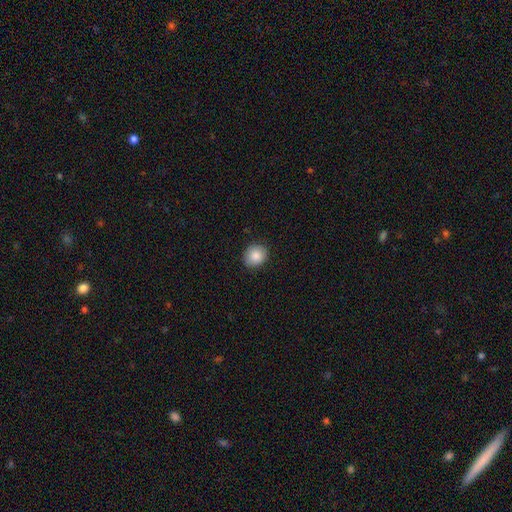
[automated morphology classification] Smooth or featured?
  - smooth: 87% *
  - star or artifact: 8%
  - featured or disk: 5%
How rounded?
  - round: 74% *
  - in between: 25%
  - cigar-shaped: 1%
Merging?
  - none: 87% *
  - minor disturbance: 10%
  - major disturbance: 2%
  - merger: 1%